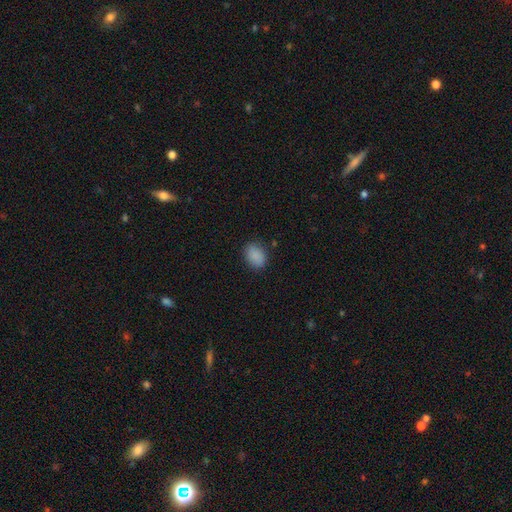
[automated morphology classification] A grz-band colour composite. It shows a smooth galaxy with no disk features (88%) that is in between round and cigar-shaped (73%). Merging: none (84%).